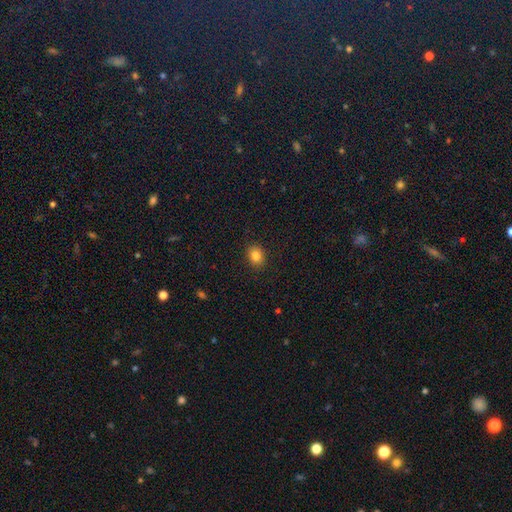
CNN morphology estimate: Smooth or featured? smooth (84%)
How rounded? in between (54%)
Merging? none (90%)